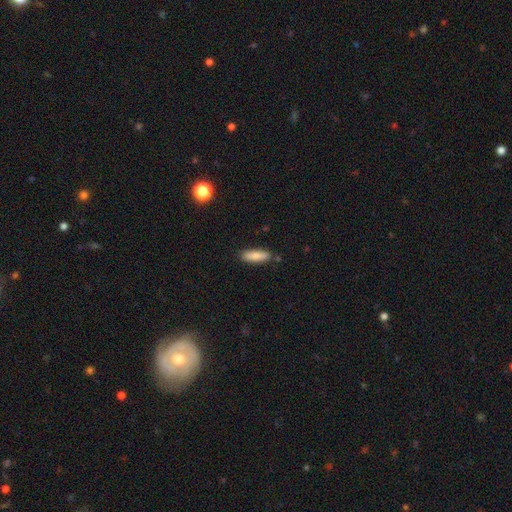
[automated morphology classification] Q: Smooth or featured?
A: smooth (84%); runner-up: featured or disk (9%)
Q: How rounded?
A: cigar-shaped (52%); runner-up: in between (46%)
Q: Merging?
A: none (85%); runner-up: minor disturbance (11%)